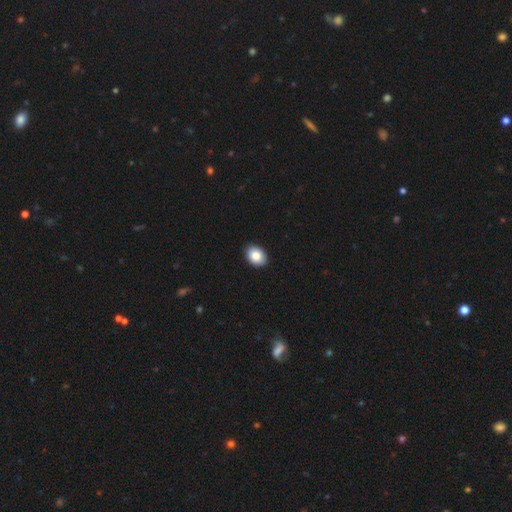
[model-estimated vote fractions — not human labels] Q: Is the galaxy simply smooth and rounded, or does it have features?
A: smooth — 85%.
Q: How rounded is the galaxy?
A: in between — 74%.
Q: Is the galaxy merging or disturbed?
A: none — 90%.